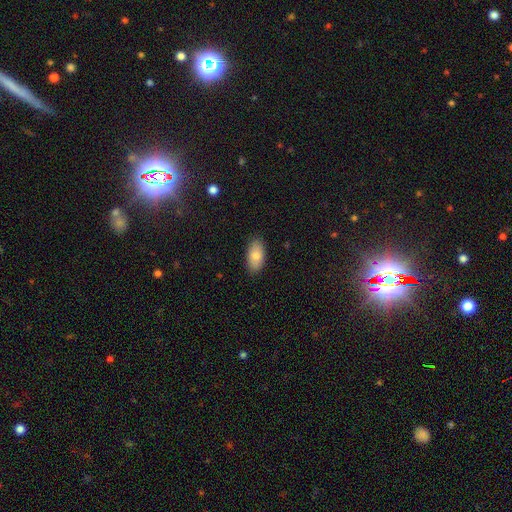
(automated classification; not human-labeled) A smooth galaxy with no disk features (83%) that is in between round and cigar-shaped (93%). Merging: none (87%).